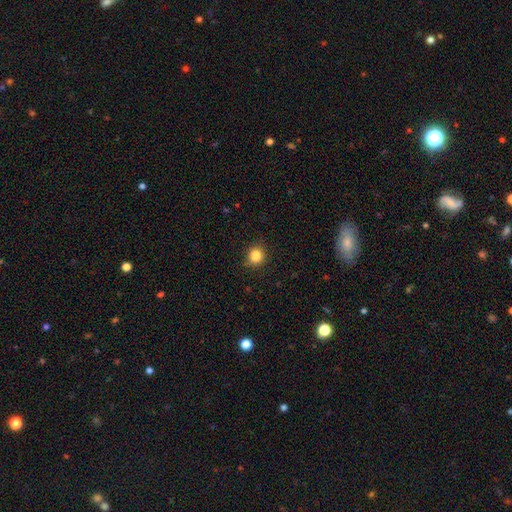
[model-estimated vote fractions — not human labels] This is clearly a smooth galaxy (83%). How rounded: clearly round (86%). Merging: clearly none (89%).